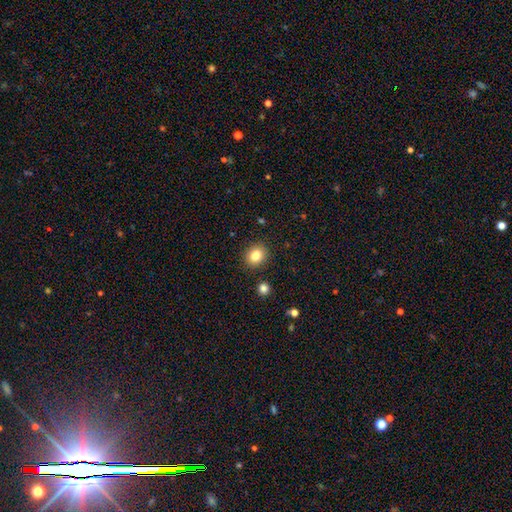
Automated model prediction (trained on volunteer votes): Smooth or featured: smooth — 84% (star or artifact — 10%)
How rounded: round — 68% (in between — 32%)
Merging: none — 89% (minor disturbance — 7%)